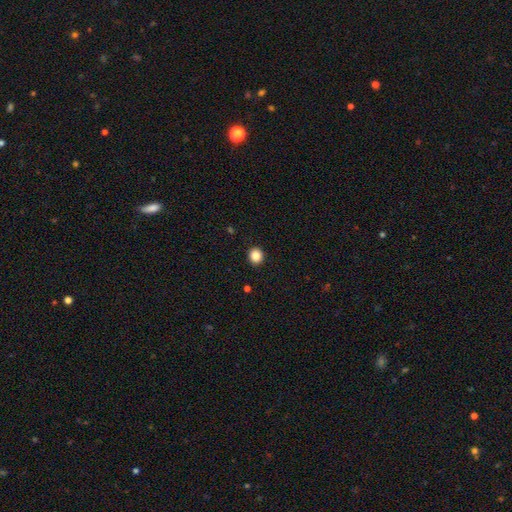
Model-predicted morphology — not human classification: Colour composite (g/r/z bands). It shows a smooth galaxy with no disk features (85%) that is round (85%). Merging: none (93%).